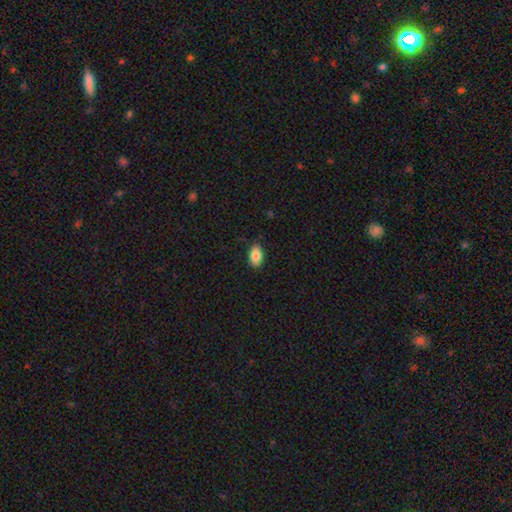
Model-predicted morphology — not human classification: This is clearly a smooth galaxy (85%). How rounded: clearly in between (91%). Merging: clearly none (87%).